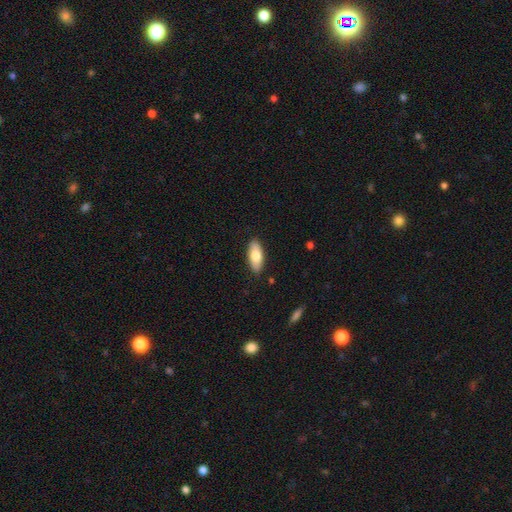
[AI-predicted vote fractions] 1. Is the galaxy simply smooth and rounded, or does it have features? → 76% smooth, 18% featured or disk, 6% star or artifact.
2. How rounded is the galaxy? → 83% in between, 14% cigar-shaped, 2% round.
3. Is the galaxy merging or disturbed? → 87% none, 10% minor disturbance, 2% major disturbance, 1% merger.